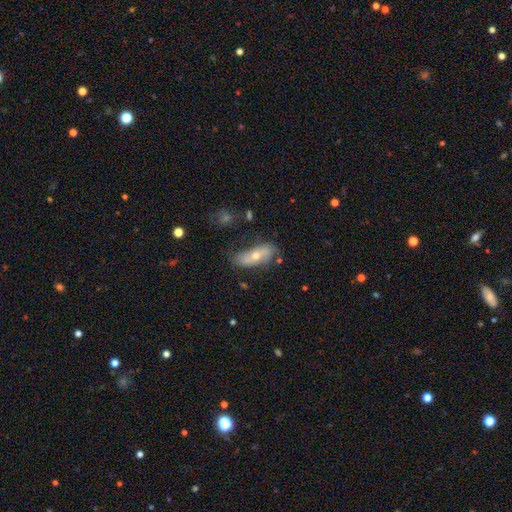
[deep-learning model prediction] Smooth or featured?
  - smooth: 52% *
  - featured or disk: 41%
  - star or artifact: 7%
How rounded?
  - in between: 75% *
  - cigar-shaped: 21%
  - round: 4%
Merging?
  - none: 64% *
  - minor disturbance: 25%
  - major disturbance: 7%
  - merger: 4%